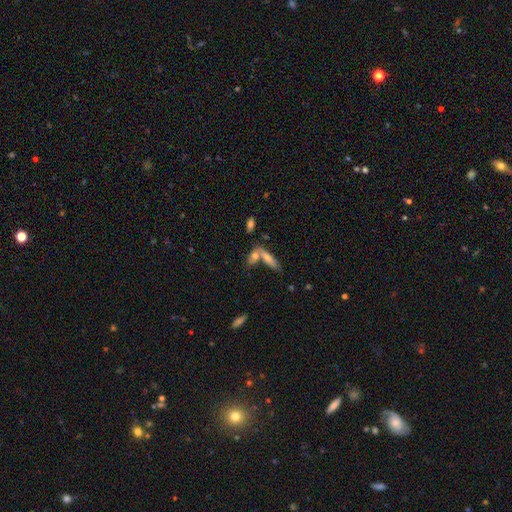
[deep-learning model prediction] Smooth or featured? Predicted: smooth (p=0.62). How rounded? Predicted: cigar-shaped (p=0.50). Merging? Predicted: none (p=0.46).